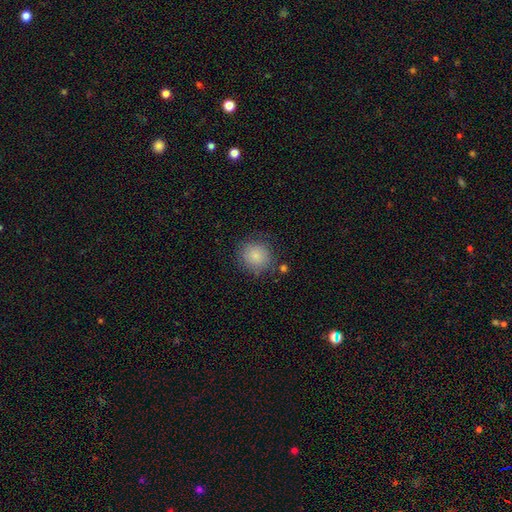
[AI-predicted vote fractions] Smooth or featured? smooth (85%)
How rounded? round (88%)
Merging? none (80%)